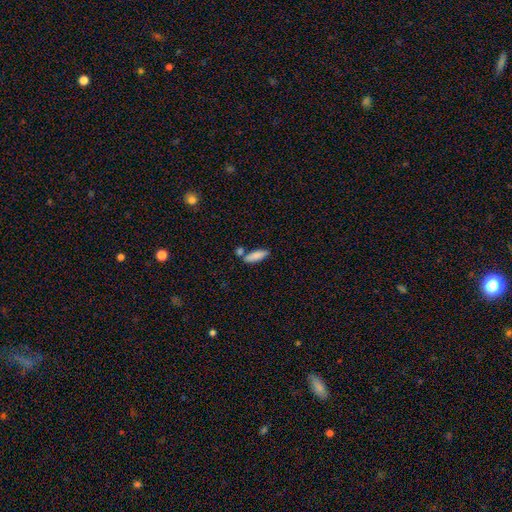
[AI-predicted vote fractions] A smooth galaxy with no disk features (85%) that is in between round and cigar-shaped (56%).

Vote fractions:
- Smooth or featured? smooth: 85% / featured or disk: 9% / star or artifact: 6%
- How rounded? in between: 56% / cigar-shaped: 41% / round: 2%
- Merging? none: 66% / merger: 18% / minor disturbance: 13% / major disturbance: 3%